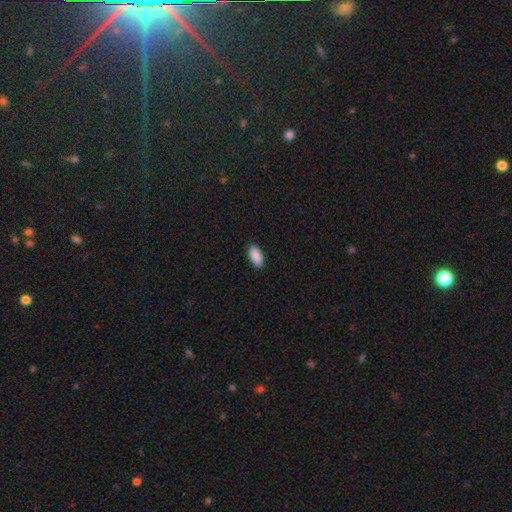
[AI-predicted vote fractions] A smooth galaxy with no disk features (91%) that is in between round and cigar-shaped (92%). Merging: none (90%).